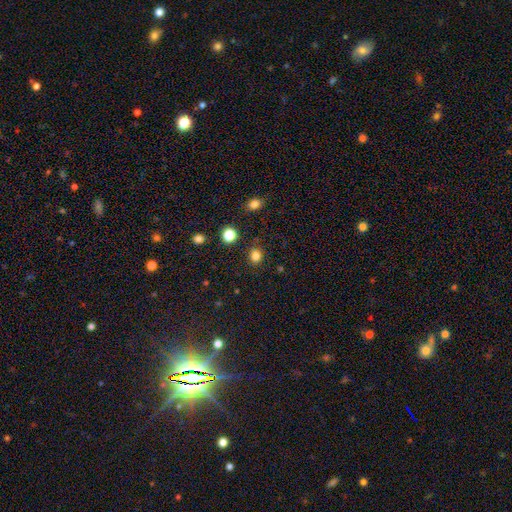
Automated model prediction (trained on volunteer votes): Overall: smooth (82%). How rounded: round (63%; in between 36%). Merging: none (85%).